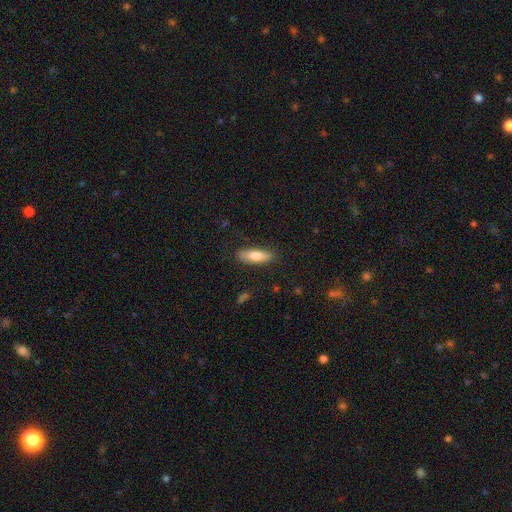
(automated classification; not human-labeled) Overall: smooth (77%). How rounded: in between (51%; cigar-shaped 47%). Merging: none (84%).